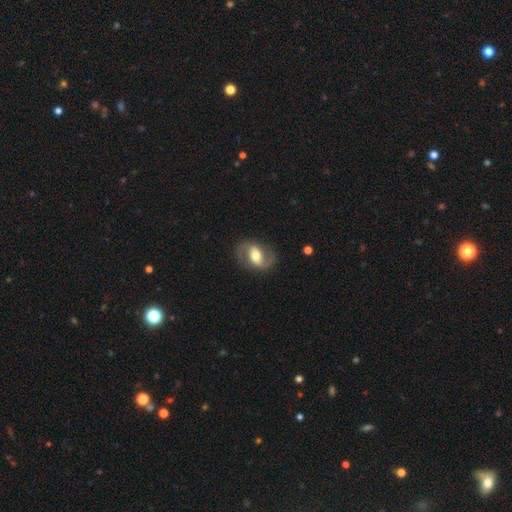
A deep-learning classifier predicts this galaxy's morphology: Overall: featured or disk (74%). Edge-on disk: no (96%). Bar: weak (41%; strong 34%). Spiral arms: yes (85%). Spiral arm count: 2 (90%). Spiral winding: medium (47%; loose 36%). Bulge size: moderate (65%). Merging: none (81%).